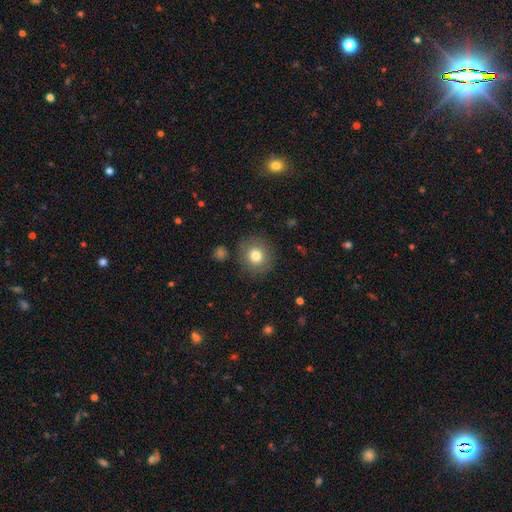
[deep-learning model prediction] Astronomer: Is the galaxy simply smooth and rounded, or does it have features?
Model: smooth — 79%.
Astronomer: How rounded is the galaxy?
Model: round — 90%.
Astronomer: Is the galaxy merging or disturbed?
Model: none — 86%.